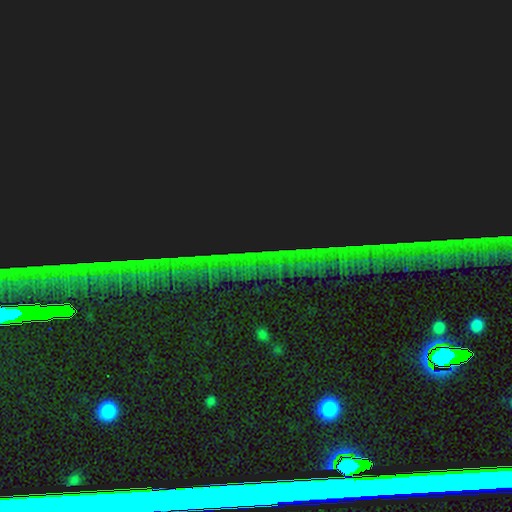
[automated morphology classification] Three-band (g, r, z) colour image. It shows a star or artifact, not a galaxy (85%).